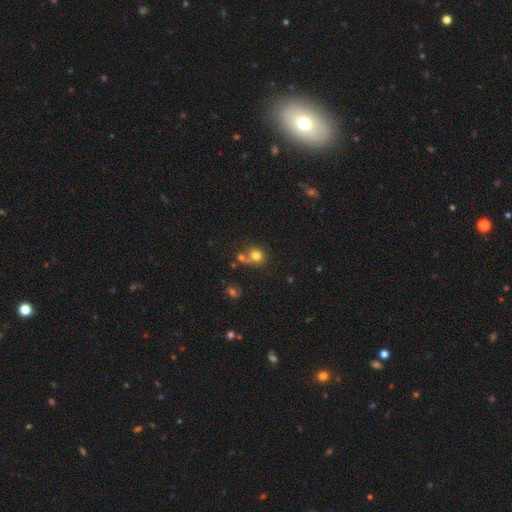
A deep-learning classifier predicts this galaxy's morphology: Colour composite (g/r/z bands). It shows a smooth galaxy with no disk features (76%) that is round (81%). Merging: none (53%).